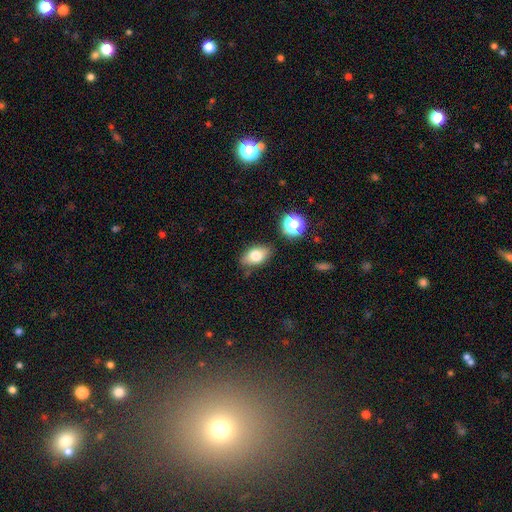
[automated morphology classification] This appears to be a smooth galaxy with no disk features (75%) that is in between round and cigar-shaped (86%). Merging: none (80%).